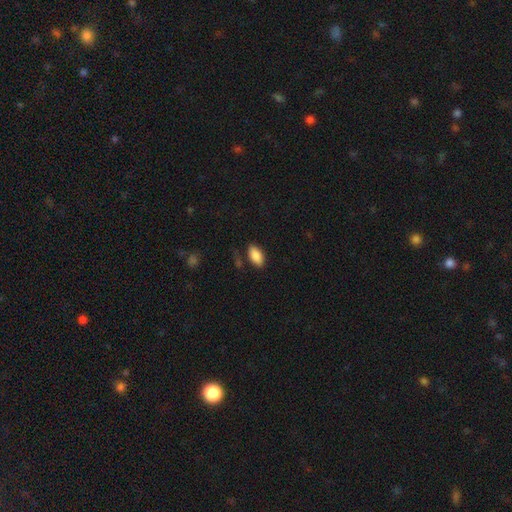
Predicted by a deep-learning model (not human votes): Smooth or featured?
  - smooth: 87% *
  - star or artifact: 7%
  - featured or disk: 5%
How rounded?
  - in between: 92% *
  - cigar-shaped: 5%
  - round: 3%
Merging?
  - none: 79% *
  - minor disturbance: 14%
  - major disturbance: 4%
  - merger: 3%